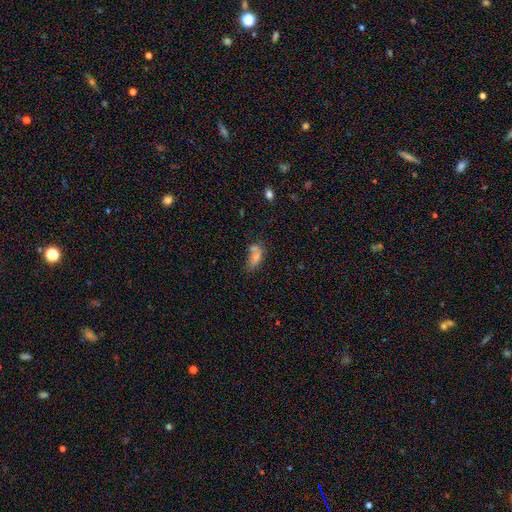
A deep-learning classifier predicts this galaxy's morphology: smooth_or_featured: smooth (p=0.69) [alt: featured or disk p=0.19]
how_rounded: in between (p=0.80) [alt: cigar-shaped p=0.13]
merging: merger (p=0.40) [alt: none p=0.29]